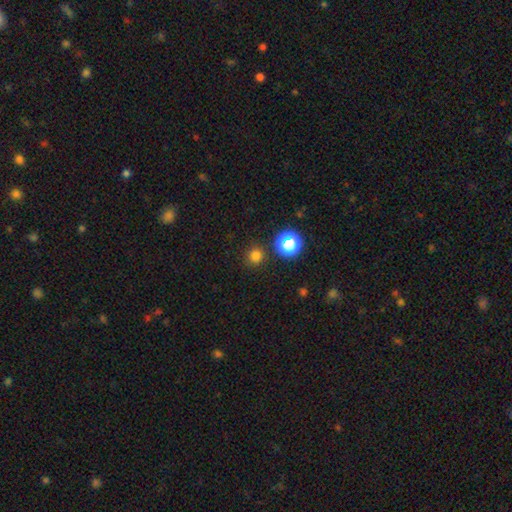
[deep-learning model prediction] This is likely a smooth galaxy (74%). How rounded: clearly round (93%). Merging: clearly none (87%).